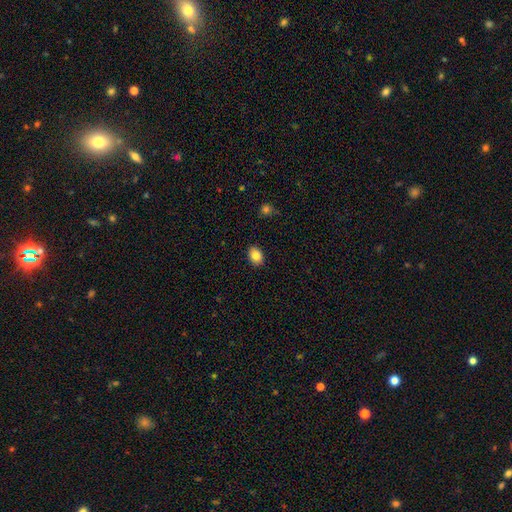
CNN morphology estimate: type=smooth (85%); roundness=in between (66%); merging=none (89%).